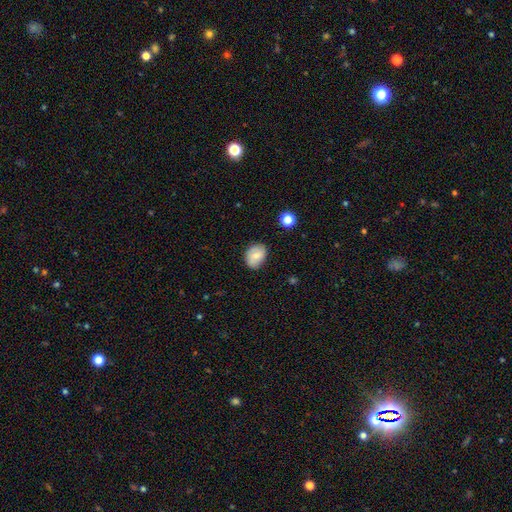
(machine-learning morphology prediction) This appears to be a smooth galaxy with no disk features (76%) that is in between round and cigar-shaped (64%). Merging: none (76%).